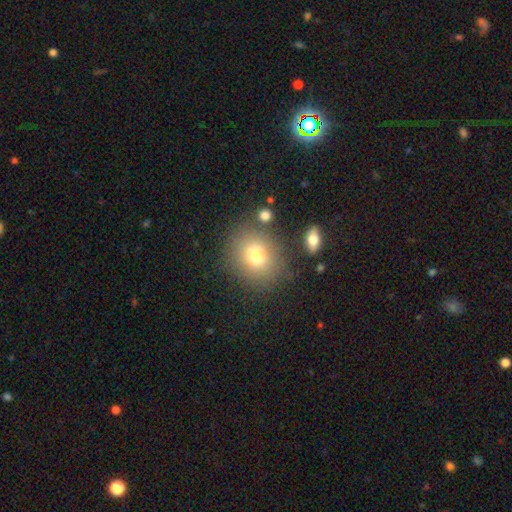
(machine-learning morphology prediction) Smooth or featured? smooth (74%)
How rounded? round (69%)
Merging? none (78%)